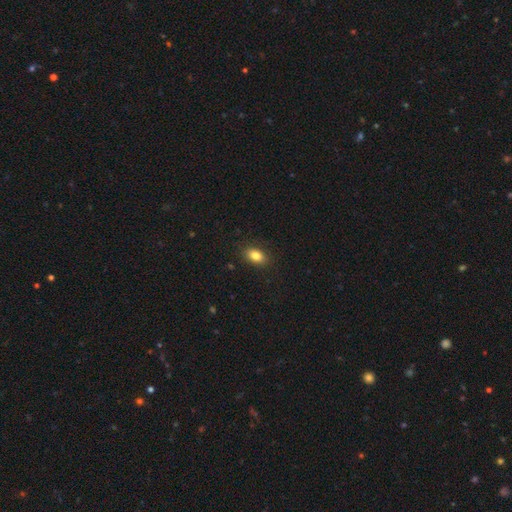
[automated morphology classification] smooth 83%, star or artifact 9%, featured or disk 8%. Down the decision tree: how rounded — in between (86%); merging — none (88%).